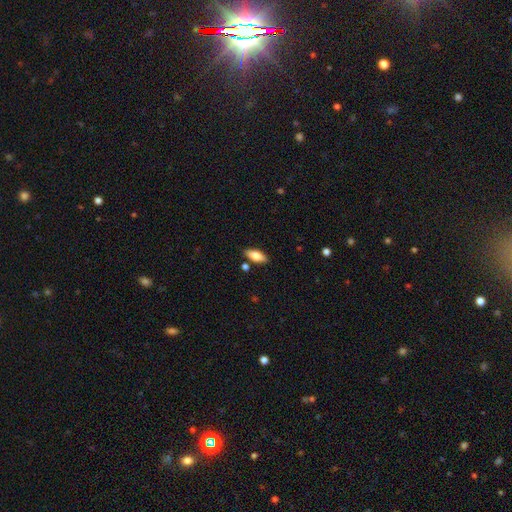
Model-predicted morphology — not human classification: Smooth or featured? Predicted: smooth (p=0.76). How rounded? Predicted: in between (p=0.81). Merging? Predicted: none (p=0.84).